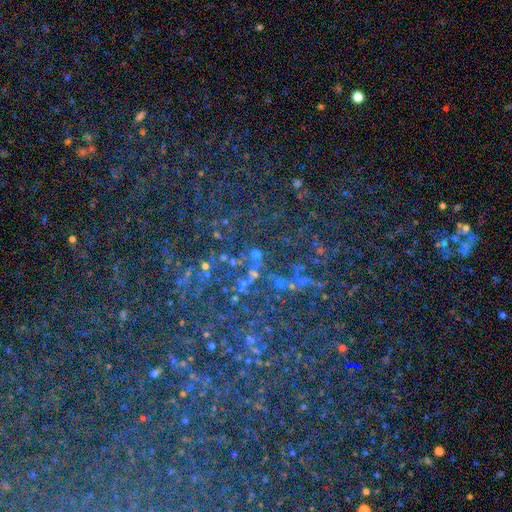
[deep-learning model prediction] Smooth or featured: star or artifact — 83% (smooth — 9%)